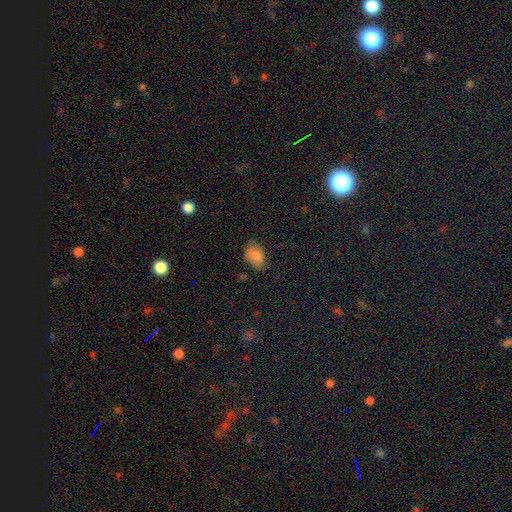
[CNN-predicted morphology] A smooth galaxy with no disk features (83%) that is in between round and cigar-shaped (84%).

Vote fractions:
- Smooth or featured? smooth: 83% / star or artifact: 9% / featured or disk: 8%
- How rounded? in between: 84% / round: 15% / cigar-shaped: 1%
- Merging? none: 70% / minor disturbance: 24% / major disturbance: 5% / merger: 2%